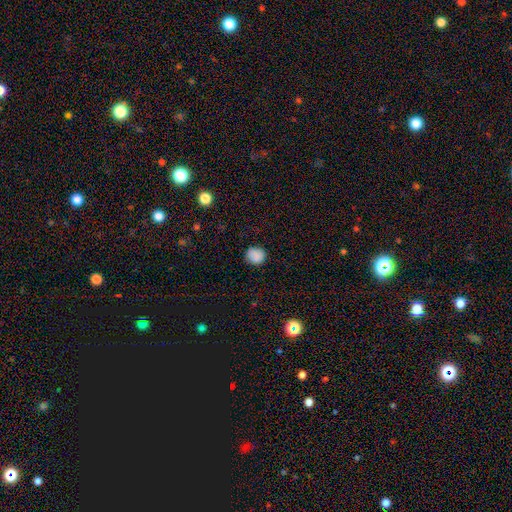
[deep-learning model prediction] This appears to be a smooth galaxy with no disk features (86%) that is round (84%). Merging: none (83%).